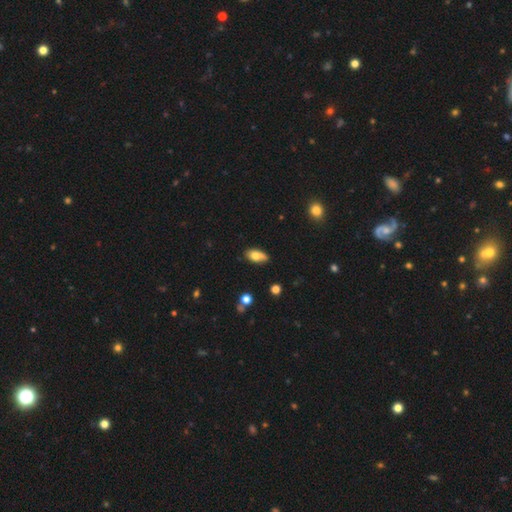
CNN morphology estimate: Smooth or featured: smooth — 73% (featured or disk — 19%)
How rounded: in between — 89% (cigar-shaped — 6%)
Merging: none — 54% (minor disturbance — 33%)